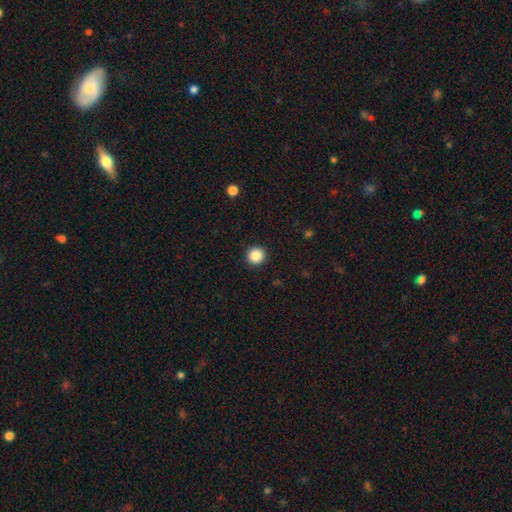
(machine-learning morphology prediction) type=smooth (88%); roundness=round (95%); merging=none (93%).